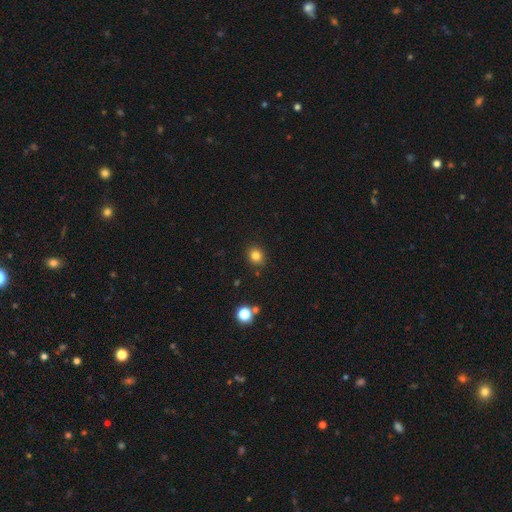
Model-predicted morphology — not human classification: smooth 81%, star or artifact 13%, featured or disk 6%. Down the decision tree: how rounded — round (78%); merging — none (88%).